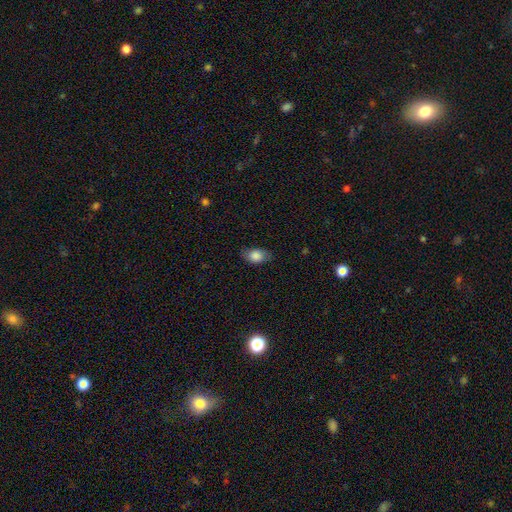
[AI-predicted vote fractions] smooth 82%, featured or disk 10%, star or artifact 8%. Down the decision tree: how rounded — in between (82%); merging — none (75%).